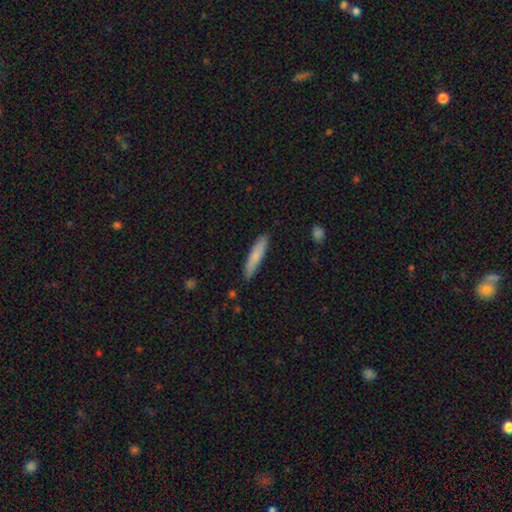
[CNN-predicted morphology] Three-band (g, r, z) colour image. It shows a smooth galaxy with no disk features (77%) that is cigar-shaped (86%). Merging: none (87%).